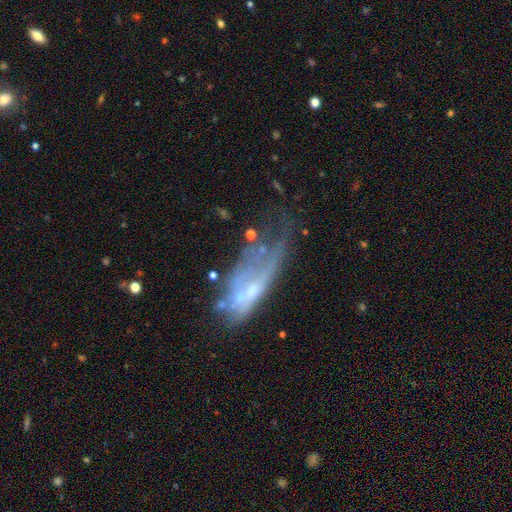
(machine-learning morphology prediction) featured or disk 52%, smooth 30%, star or artifact 18%. Down the decision tree: edge-on disk — no (74%); merging — none (36%).